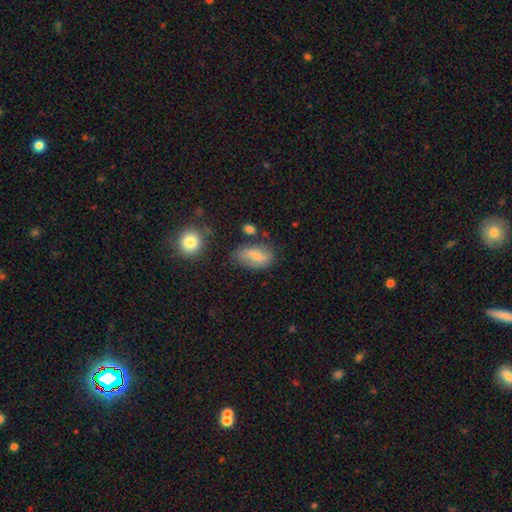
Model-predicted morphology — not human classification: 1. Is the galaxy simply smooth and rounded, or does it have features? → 69% smooth, 23% featured or disk, 8% star or artifact.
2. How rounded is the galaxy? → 89% in between, 8% round, 3% cigar-shaped.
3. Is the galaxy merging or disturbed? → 62% none, 25% minor disturbance, 8% major disturbance, 5% merger.